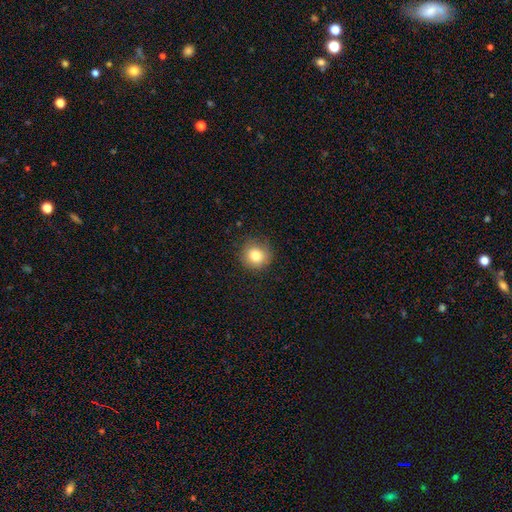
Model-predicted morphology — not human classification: A smooth galaxy with no disk features (82%) that is round (90%).

Vote fractions:
- Smooth or featured? smooth: 82% / star or artifact: 10% / featured or disk: 8%
- How rounded? round: 90% / in between: 9% / cigar-shaped: 1%
- Merging? none: 80% / minor disturbance: 15% / major disturbance: 4% / merger: 1%